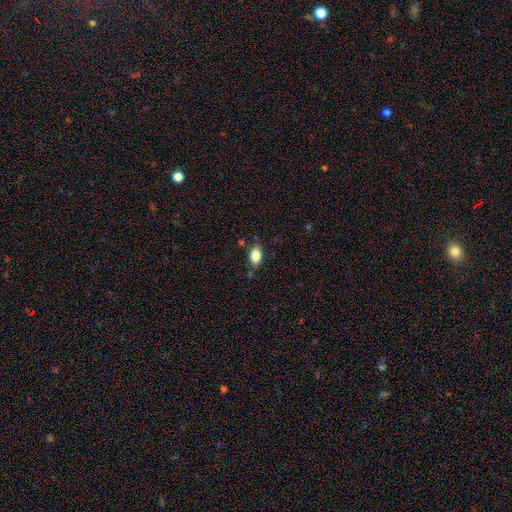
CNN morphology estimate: Q: Smooth or featured?
A: smooth (85%); runner-up: star or artifact (8%)
Q: How rounded?
A: in between (91%); runner-up: round (6%)
Q: Merging?
A: none (79%); runner-up: minor disturbance (15%)